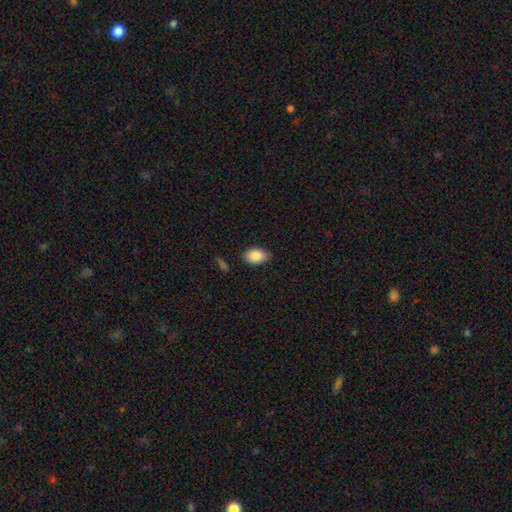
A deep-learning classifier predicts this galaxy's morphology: A smooth galaxy with no disk features (88%) that is in between round and cigar-shaped (90%).

Vote fractions:
- Smooth or featured? smooth: 88% / star or artifact: 7% / featured or disk: 5%
- How rounded? in between: 90% / round: 9% / cigar-shaped: 1%
- Merging? none: 83% / minor disturbance: 12% / major disturbance: 3% / merger: 2%